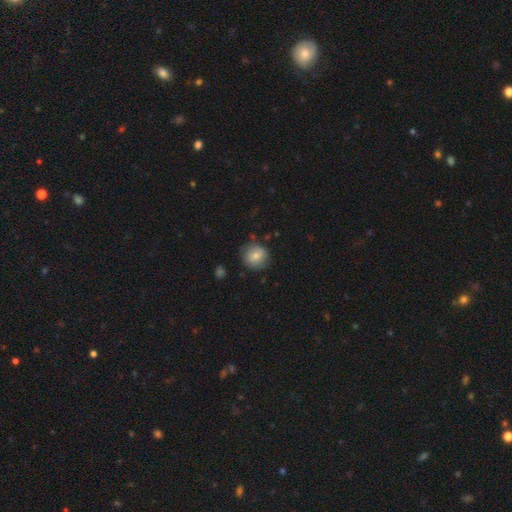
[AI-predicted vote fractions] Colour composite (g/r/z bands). It shows a smooth galaxy with no disk features (76%) that is round (87%). Merging: none (78%).